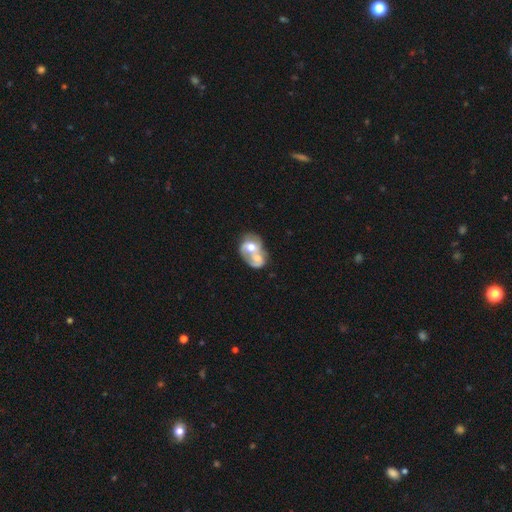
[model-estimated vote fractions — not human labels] This is possibly a featured or disk galaxy (56%). It is clearly not viewed edge-on (97%). Bar: likely no (75%). Spiral arm pattern: possibly yes (51%). Central bulge: likely moderate (67%). Merging: likely merger (77%).